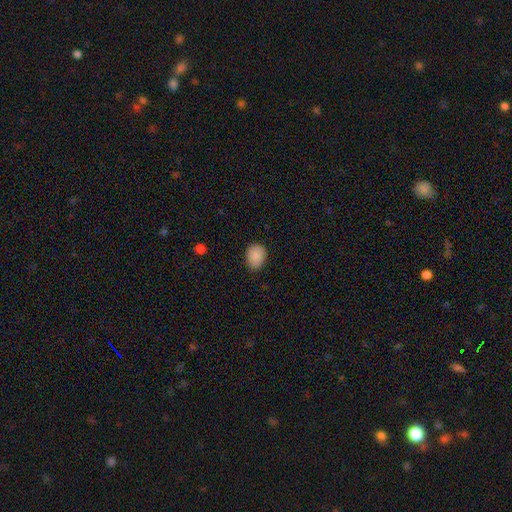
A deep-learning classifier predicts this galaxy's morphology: Overall: smooth (88%). How rounded: round (52%; in between 47%). Merging: none (80%).